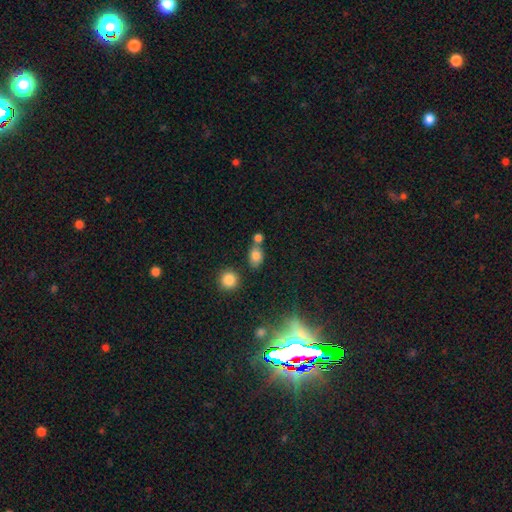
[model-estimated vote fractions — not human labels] smooth-or-featured: smooth: 79% | star or artifact: 12% | featured or disk: 8%
  how-rounded: in between: 70% | round: 27% | cigar-shaped: 2%
  merging: none: 56% | merger: 27% | minor disturbance: 12% | major disturbance: 4%